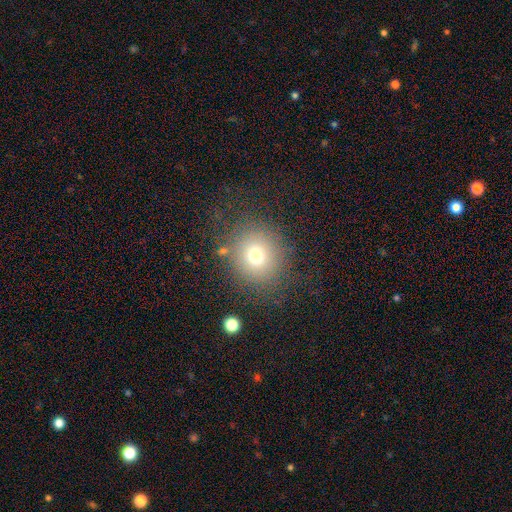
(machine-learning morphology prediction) type=smooth (71%); roundness=round (86%); merging=none (78%).